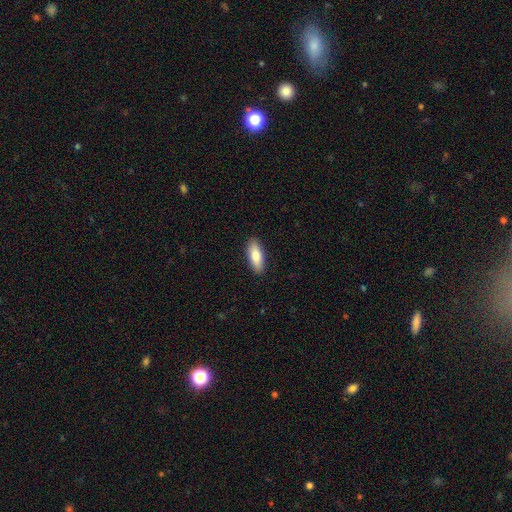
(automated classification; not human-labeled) smooth-or-featured: smooth: 81% | featured or disk: 13% | star or artifact: 6%
  how-rounded: in between: 68% | cigar-shaped: 30% | round: 2%
  merging: none: 90% | minor disturbance: 8% | major disturbance: 2% | merger: 1%